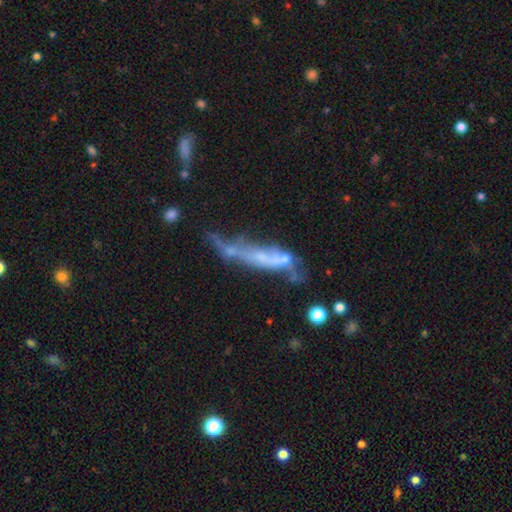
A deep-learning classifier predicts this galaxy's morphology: A featured or disk galaxy (56%).

Vote fractions:
- Smooth or featured? featured or disk: 56% / smooth: 31% / star or artifact: 13%
- Edge-on disk? no: 64% / yes: 36%
- Merging? merger: 34% / major disturbance: 28% / none: 23% / minor disturbance: 16%